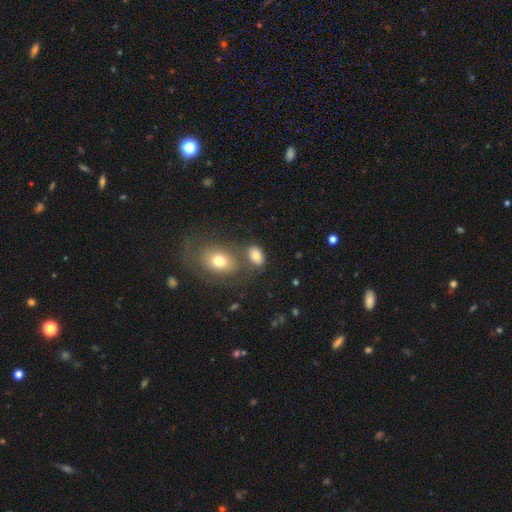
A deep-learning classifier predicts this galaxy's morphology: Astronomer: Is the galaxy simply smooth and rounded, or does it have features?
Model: smooth — 81%.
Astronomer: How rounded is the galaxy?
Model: in between — 86%.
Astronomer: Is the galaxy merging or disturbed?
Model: none — 58%.